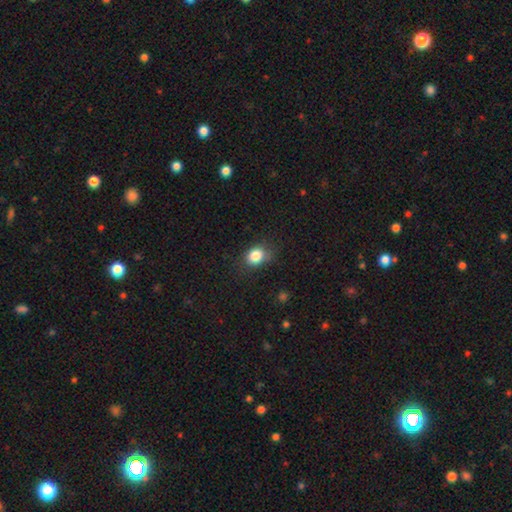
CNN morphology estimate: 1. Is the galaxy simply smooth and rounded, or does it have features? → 84% smooth, 10% star or artifact, 5% featured or disk.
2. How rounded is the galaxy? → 55% round, 44% in between, 1% cigar-shaped.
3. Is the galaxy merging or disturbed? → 71% none, 21% minor disturbance, 6% major disturbance, 2% merger.